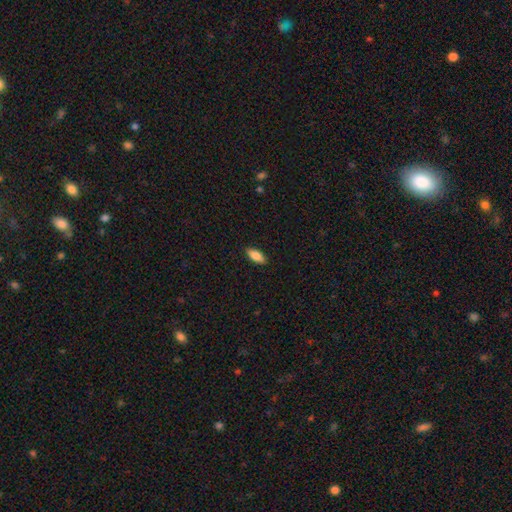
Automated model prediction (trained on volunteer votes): smooth 86%, featured or disk 8%, star or artifact 6%. Down the decision tree: how rounded — in between (82%); merging — none (89%).